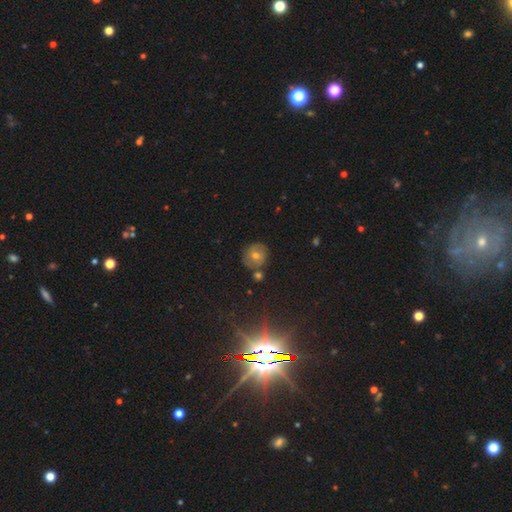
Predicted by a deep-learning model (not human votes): smooth_or_featured: smooth (p=0.43) [alt: featured or disk p=0.31]
merging: none (p=0.79) [alt: minor disturbance p=0.11]